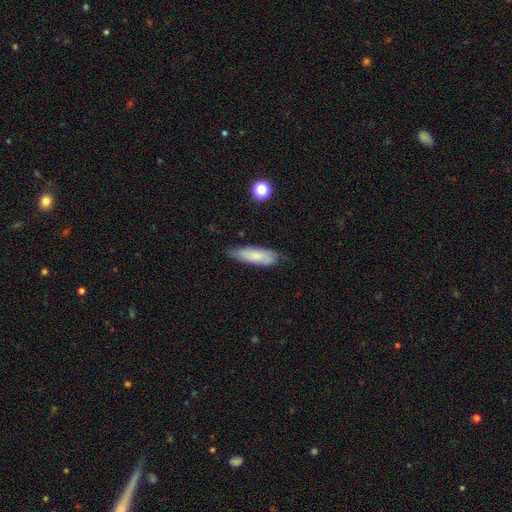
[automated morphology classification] Smooth or featured? smooth (72%)
How rounded? in between (52%)
Merging? none (72%)